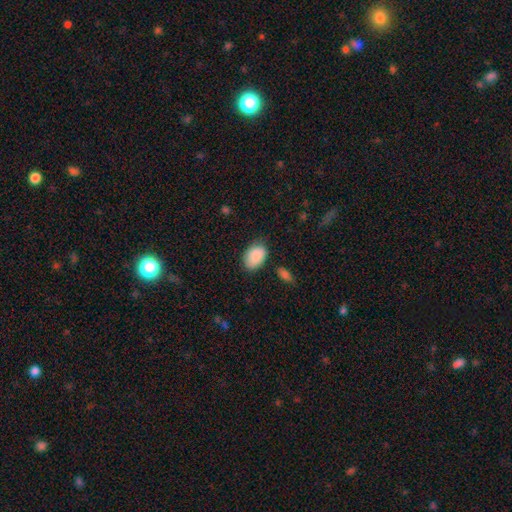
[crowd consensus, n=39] Q: Smooth or featured?
A: smooth (95%); runner-up: featured or disk (3%)
Q: How rounded?
A: in between (81%); runner-up: round (16%)
Q: Merging?
A: none (66%); runner-up: minor disturbance (26%)